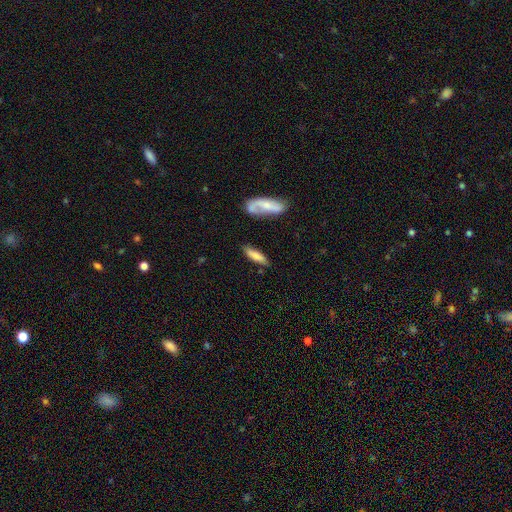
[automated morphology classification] This is likely a smooth galaxy (71%). How rounded: likely cigar-shaped (62%). Merging: likely none (74%).